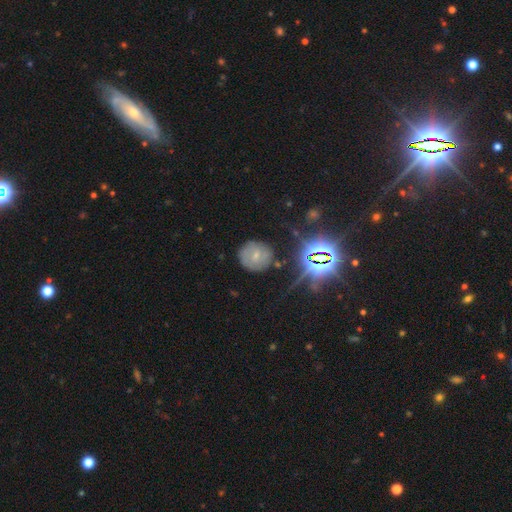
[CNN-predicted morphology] featured or disk 40%, smooth 38%, star or artifact 22%. Down the decision tree: merging — none (76%).